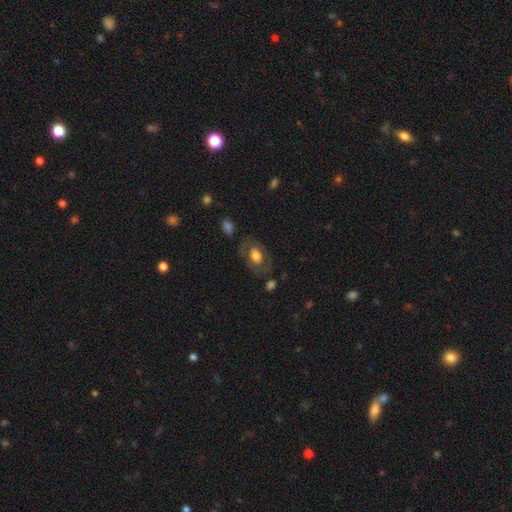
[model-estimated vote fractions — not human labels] smooth_or_featured: smooth (p=0.53) [alt: featured or disk p=0.39]
how_rounded: in between (p=0.82) [alt: round p=0.17]
merging: none (p=0.71) [alt: minor disturbance p=0.16]